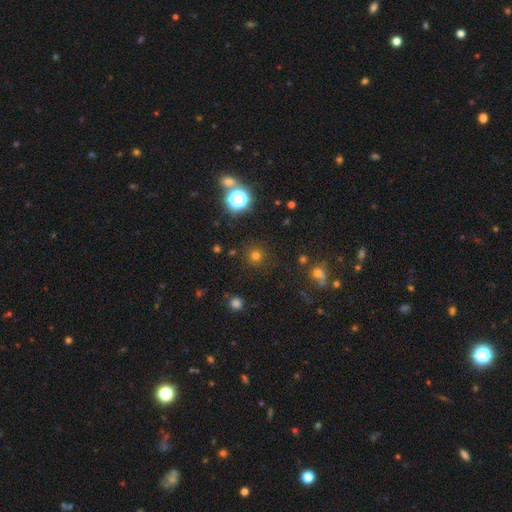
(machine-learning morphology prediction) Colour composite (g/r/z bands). It shows a smooth galaxy with no disk features (70%) that is round (95%). Merging: none (88%).